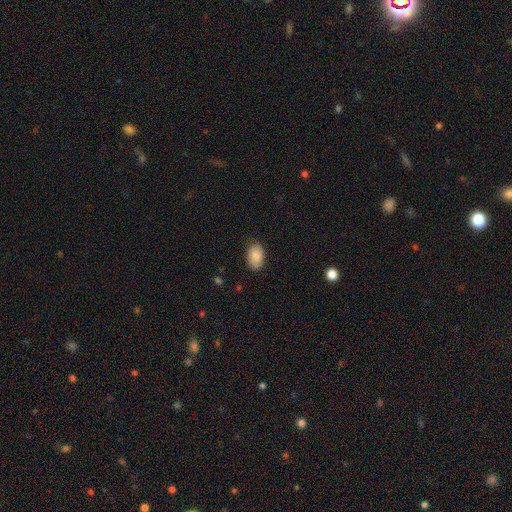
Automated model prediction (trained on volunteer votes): smooth 85%, featured or disk 8%, star or artifact 7%. Down the decision tree: how rounded — in between (90%); merging — none (77%).